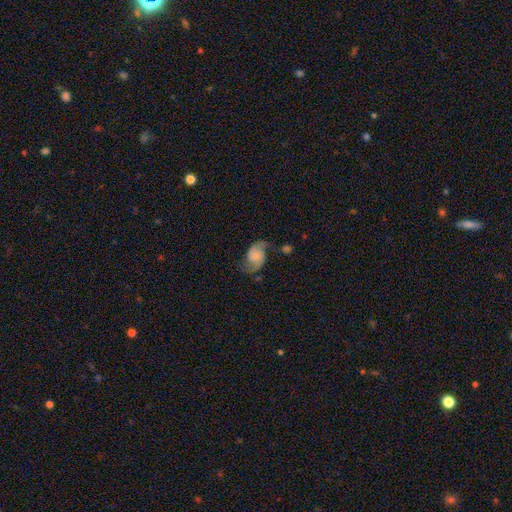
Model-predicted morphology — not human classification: Smooth or featured: featured or disk — 66% (smooth — 25%)
Edge-on disk: no — 98% (yes — 2%)
Bar: no — 63% (weak — 30%)
Spiral arms: yes — 93% (no — 7%)
Spiral winding: loose — 56% (medium — 34%)
Spiral arm count: 2 — 91% (can't tell — 3%)
Bulge size: none — 48% (small — 23%)
Merging: none — 56% (minor disturbance — 23%)